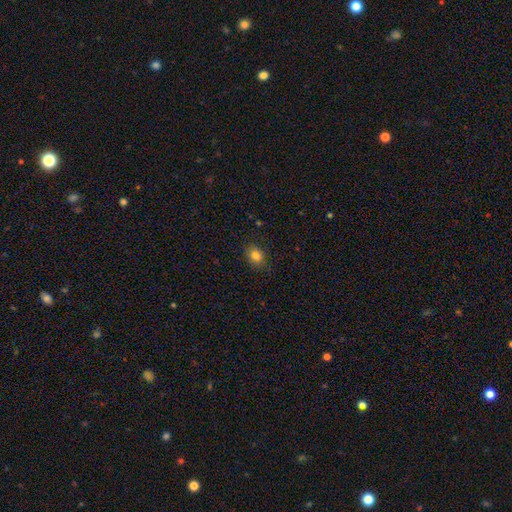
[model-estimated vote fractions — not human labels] This appears to be a smooth galaxy with no disk features (82%) that is round (52%). Merging: none (87%).